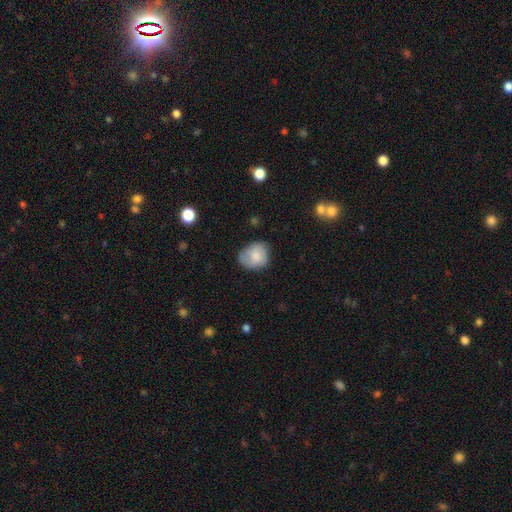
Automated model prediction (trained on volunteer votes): A smooth galaxy with no disk features (73%) that is round (57%).

Vote fractions:
- Smooth or featured? smooth: 73% / featured or disk: 19% / star or artifact: 7%
- How rounded? round: 57% / in between: 42% / cigar-shaped: 1%
- Merging? none: 63% / minor disturbance: 28% / major disturbance: 7% / merger: 2%